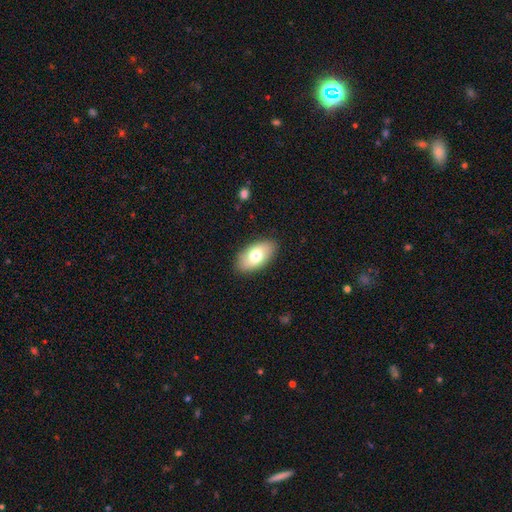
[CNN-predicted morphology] Q: Smooth or featured?
A: smooth (72%); runner-up: featured or disk (21%)
Q: How rounded?
A: in between (94%); runner-up: round (4%)
Q: Merging?
A: none (87%); runner-up: minor disturbance (10%)